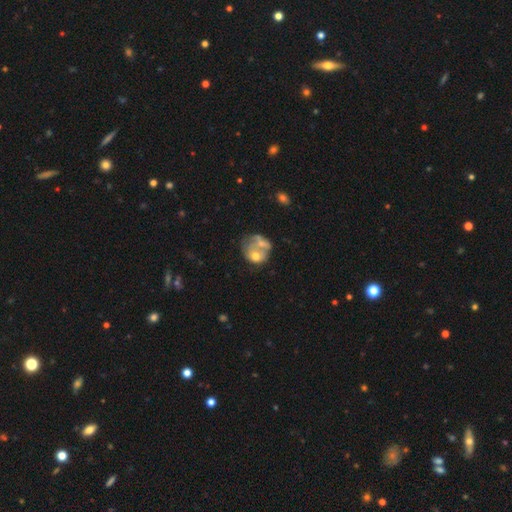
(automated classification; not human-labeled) This appears to be a featured or disk galaxy (46%). Merging: merger (50%).